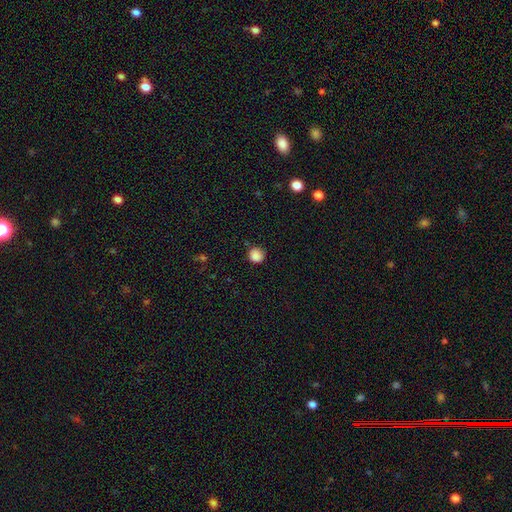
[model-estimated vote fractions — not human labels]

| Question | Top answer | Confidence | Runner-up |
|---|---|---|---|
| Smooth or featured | smooth | 86% | star or artifact (11%) |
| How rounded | round | 90% | in between (9%) |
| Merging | none | 79% | minor disturbance (15%) |